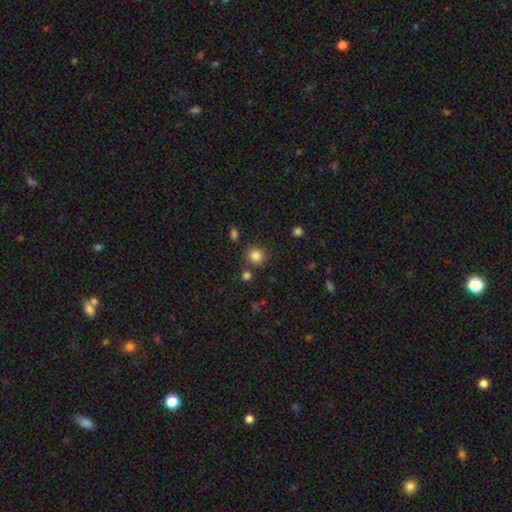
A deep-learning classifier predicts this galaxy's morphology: Smooth or featured?
  - smooth: 84% *
  - star or artifact: 11%
  - featured or disk: 4%
How rounded?
  - round: 90% *
  - in between: 9%
  - cigar-shaped: 1%
Merging?
  - none: 81% *
  - minor disturbance: 8%
  - merger: 7%
  - major disturbance: 3%